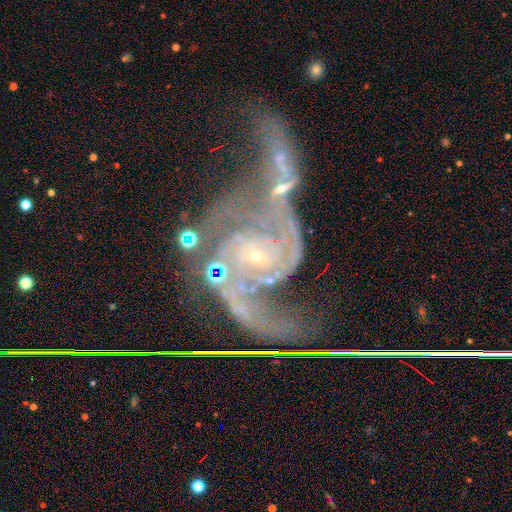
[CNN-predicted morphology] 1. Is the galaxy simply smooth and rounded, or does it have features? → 86% featured or disk, 10% star or artifact, 4% smooth.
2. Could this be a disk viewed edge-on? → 96% no, 4% yes.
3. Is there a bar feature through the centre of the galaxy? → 59% no, 27% weak, 14% strong.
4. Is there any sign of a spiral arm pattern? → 96% yes, 4% no.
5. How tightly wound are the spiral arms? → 42% medium, 34% loose, 24% tight.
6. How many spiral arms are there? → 51% 2, 14% 3, 12% can't tell, 8% 4, 8% 1, 7% more than 4.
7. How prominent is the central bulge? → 76% small, 17% moderate, 4% none, 2% large, 1% dominant.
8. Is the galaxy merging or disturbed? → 32% none, 29% major disturbance, 23% merger, 17% minor disturbance.